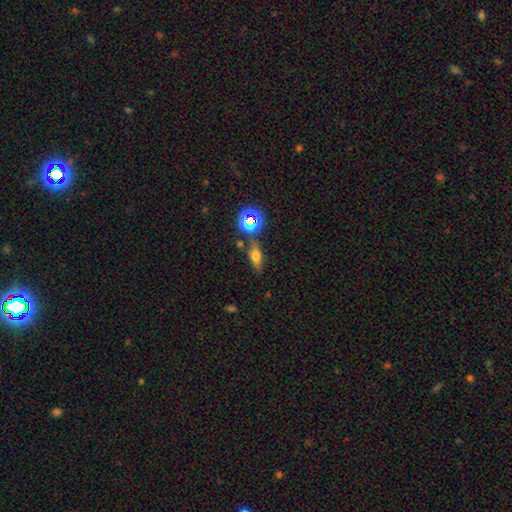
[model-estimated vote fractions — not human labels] smooth 51%, featured or disk 30%, star or artifact 19%. Down the decision tree: how rounded — in between (52%); merging — none (74%).